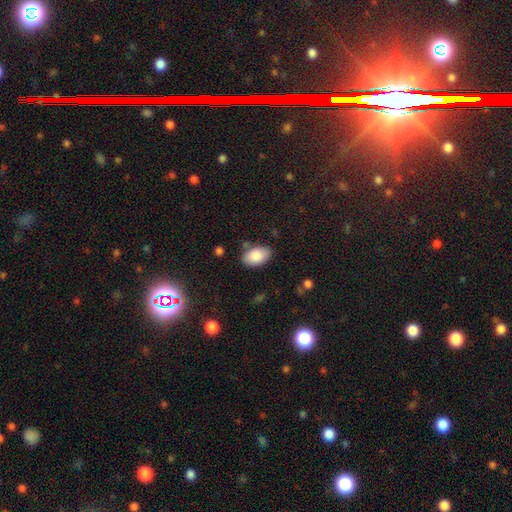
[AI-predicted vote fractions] smooth_or_featured: smooth (p=0.86) [alt: featured or disk p=0.07]
how_rounded: in between (p=0.92) [alt: round p=0.07]
merging: none (p=0.77) [alt: minor disturbance p=0.16]